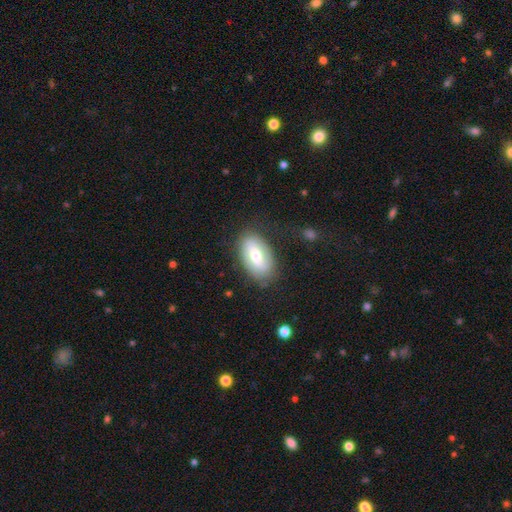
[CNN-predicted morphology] Overall: featured or disk (50%; smooth 44%). Merging: none (79%).